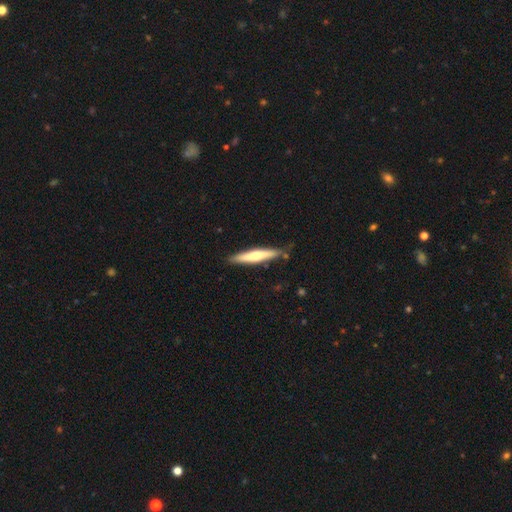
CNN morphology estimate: smooth_or_featured: smooth (p=0.51) [alt: featured or disk p=0.44]
how_rounded: cigar-shaped (p=0.90) [alt: in between p=0.08]
merging: none (p=0.82) [alt: minor disturbance p=0.13]